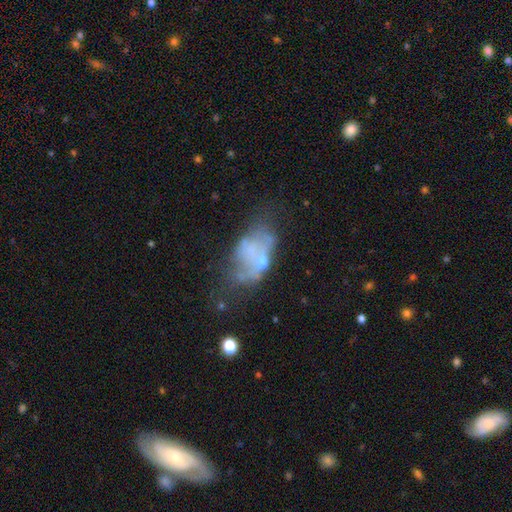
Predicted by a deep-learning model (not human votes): Smooth or featured? featured or disk (56%)
Edge-on disk? no (97%)
Bar? no (88%)
Spiral arms? no (86%)
Bulge size? none (56%)
Merging? major disturbance (31%)